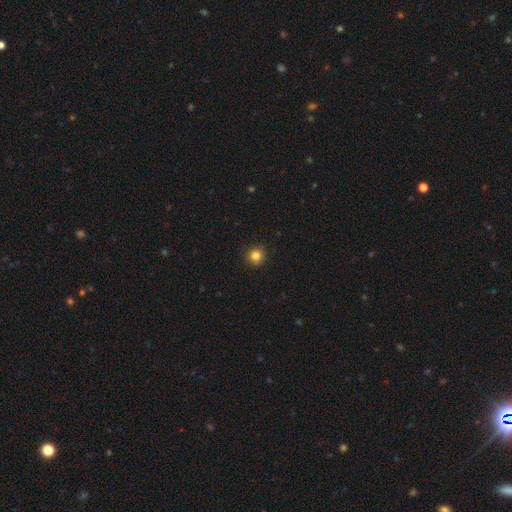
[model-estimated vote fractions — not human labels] Smooth or featured: smooth — 83% (star or artifact — 12%)
How rounded: round — 91% (in between — 8%)
Merging: none — 91% (minor disturbance — 6%)